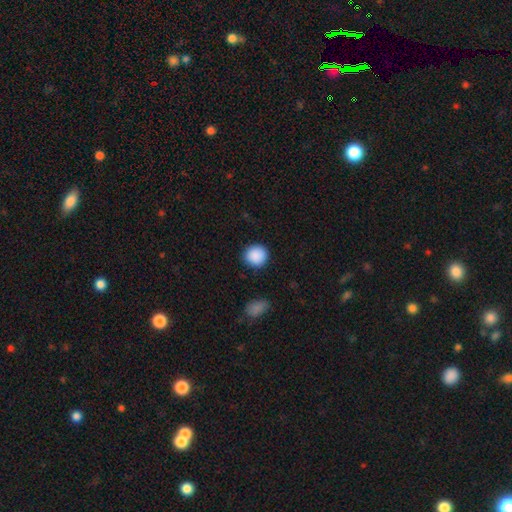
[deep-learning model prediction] smooth-or-featured: smooth: 90% | star or artifact: 8% | featured or disk: 3%
  how-rounded: round: 90% | in between: 9% | cigar-shaped: 1%
  merging: none: 89% | minor disturbance: 7% | major disturbance: 2% | merger: 2%